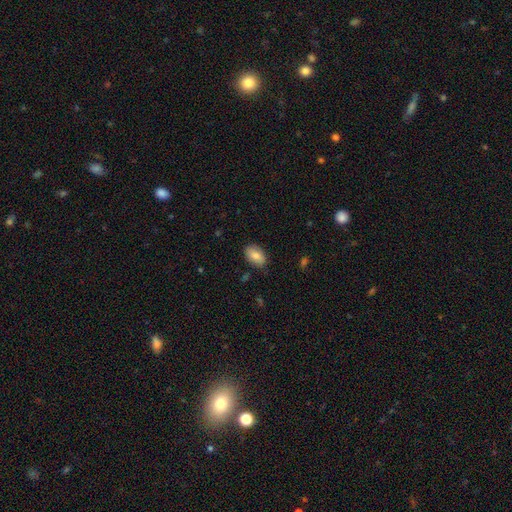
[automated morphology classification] A smooth galaxy with no disk features (81%) that is in between round and cigar-shaped (92%).

Vote fractions:
- Smooth or featured? smooth: 81% / featured or disk: 12% / star or artifact: 7%
- How rounded? in between: 92% / round: 6% / cigar-shaped: 2%
- Merging? none: 83% / minor disturbance: 13% / major disturbance: 3% / merger: 1%